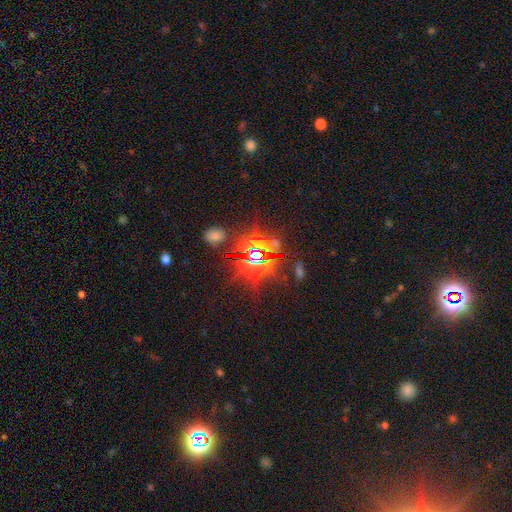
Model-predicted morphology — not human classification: Smooth or featured? star or artifact (79%)